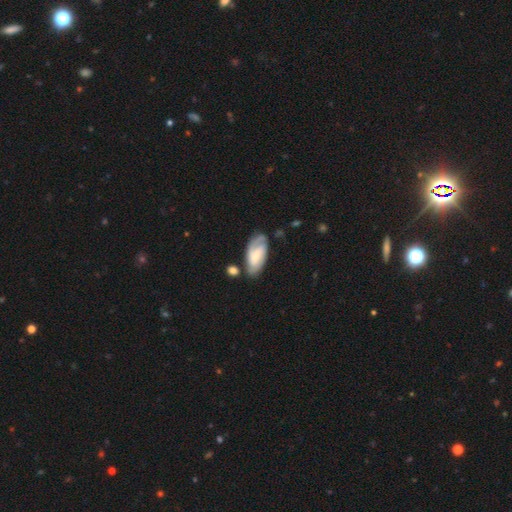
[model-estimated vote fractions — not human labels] Smooth or featured? featured or disk (59%)
Edge-on disk? no (93%)
Bar? weak (43%)
Spiral arms? yes (88%)
Bulge size? small (52%)
Merging? none (61%)